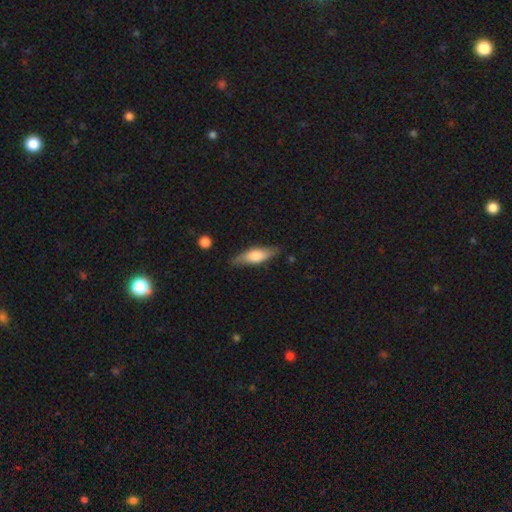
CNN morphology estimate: Smooth or featured?
  - smooth: 57% *
  - featured or disk: 37%
  - star or artifact: 6%
How rounded?
  - cigar-shaped: 51% *
  - in between: 46%
  - round: 3%
Merging?
  - none: 81% *
  - minor disturbance: 15%
  - major disturbance: 3%
  - merger: 2%